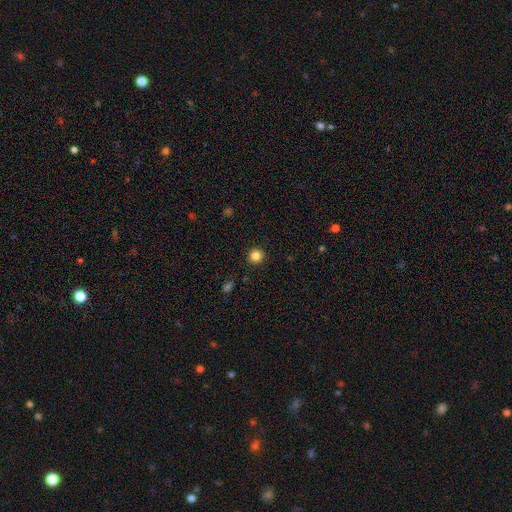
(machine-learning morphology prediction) Smooth or featured? smooth (83%)
How rounded? round (95%)
Merging? none (92%)